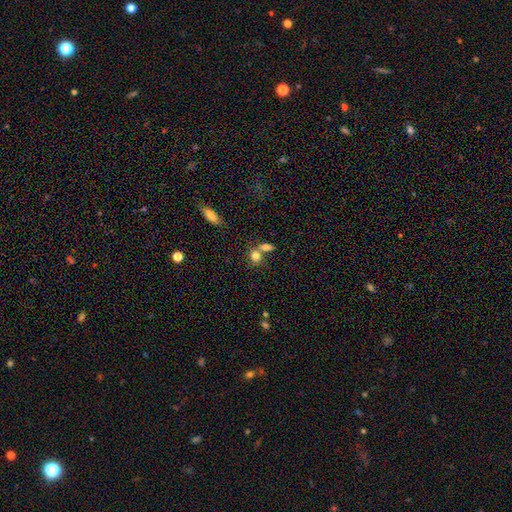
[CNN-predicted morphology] The model was most divided on "merging": none: 45%, merger: 40%, minor disturbance: 10%, major disturbance: 5%. More confident: smooth or featured — smooth (81%); how rounded — round (61%).